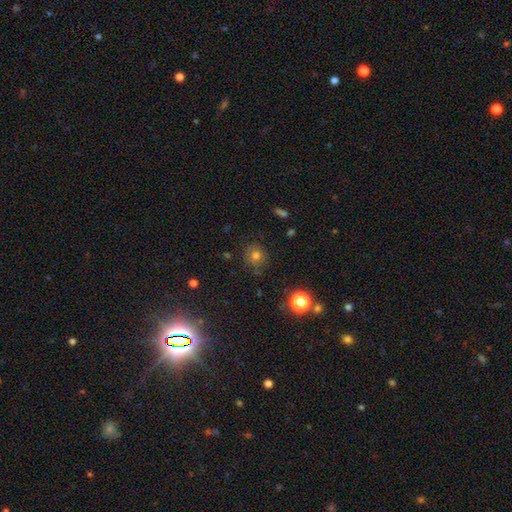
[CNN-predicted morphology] type=smooth (68%); roundness=round (84%); merging=none (77%).